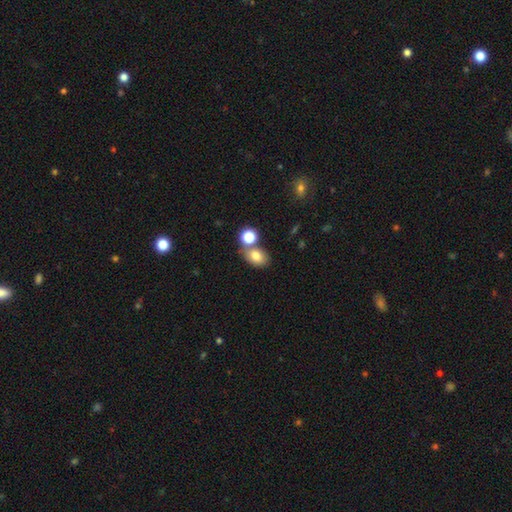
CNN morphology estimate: smooth 78%, featured or disk 11%, star or artifact 11%. Down the decision tree: how rounded — in between (67%); merging — none (51%).